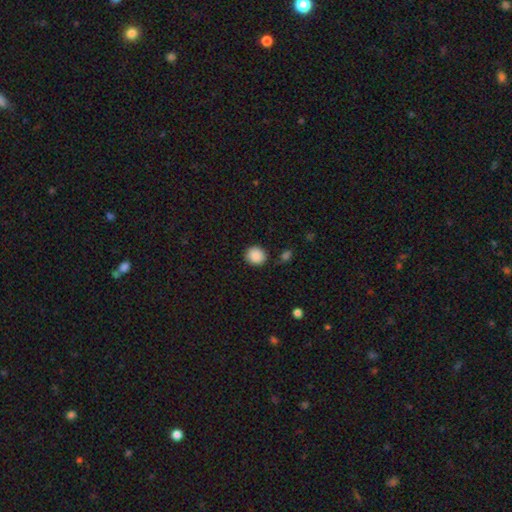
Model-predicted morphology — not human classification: A smooth galaxy with no disk features (89%) that is round (85%). Merging: none (85%).